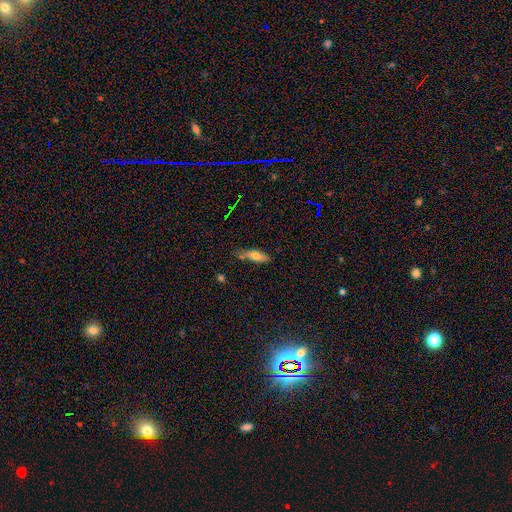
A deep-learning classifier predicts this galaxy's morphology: Smooth or featured? Predicted: smooth (p=0.69). How rounded? Predicted: in between (p=0.59). Merging? Predicted: none (p=0.60).